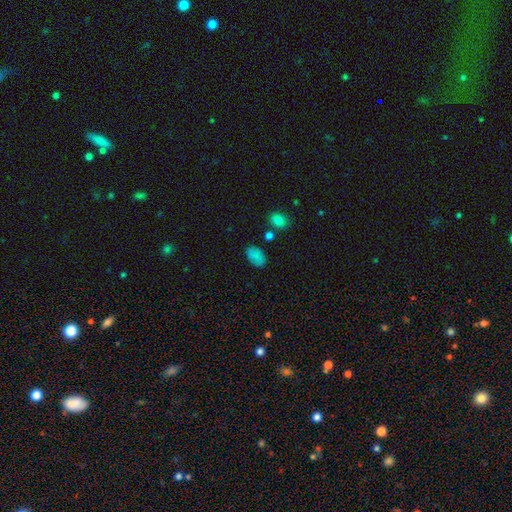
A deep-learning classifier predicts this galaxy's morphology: The model was most divided on "merging": none: 80%, minor disturbance: 13%, merger: 4%, major disturbance: 3%. More confident: how rounded — in between (91%); smooth or featured — smooth (84%).